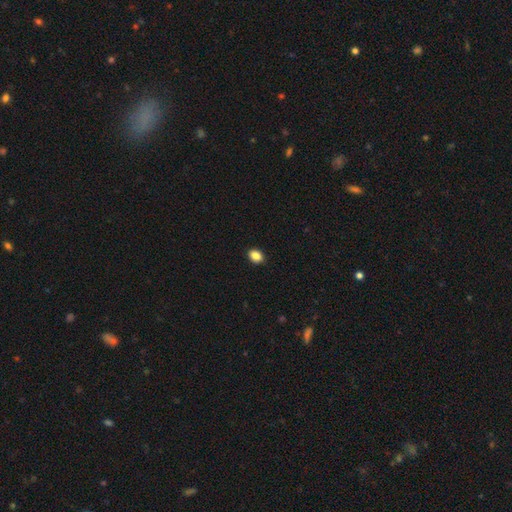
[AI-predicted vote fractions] Smooth or featured?
  - smooth: 87% *
  - star or artifact: 9%
  - featured or disk: 4%
How rounded?
  - in between: 64% *
  - round: 35%
  - cigar-shaped: 1%
Merging?
  - none: 91% *
  - minor disturbance: 6%
  - major disturbance: 2%
  - merger: 1%